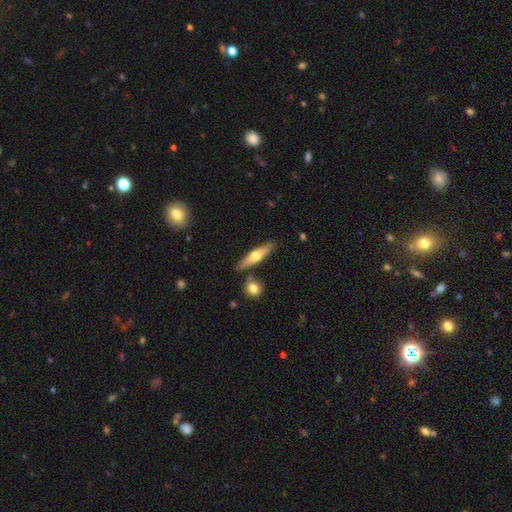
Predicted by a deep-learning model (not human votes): Q: Smooth or featured?
A: featured or disk (47%); tied with: smooth (47%)
Q: Merging?
A: none (80%); runner-up: minor disturbance (11%)